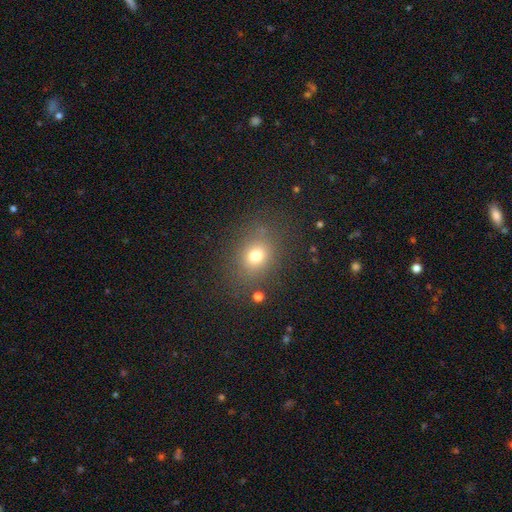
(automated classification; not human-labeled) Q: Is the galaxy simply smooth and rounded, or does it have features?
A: smooth — 73%.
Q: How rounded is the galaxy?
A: round — 57%.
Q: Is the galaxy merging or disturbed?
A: none — 79%.